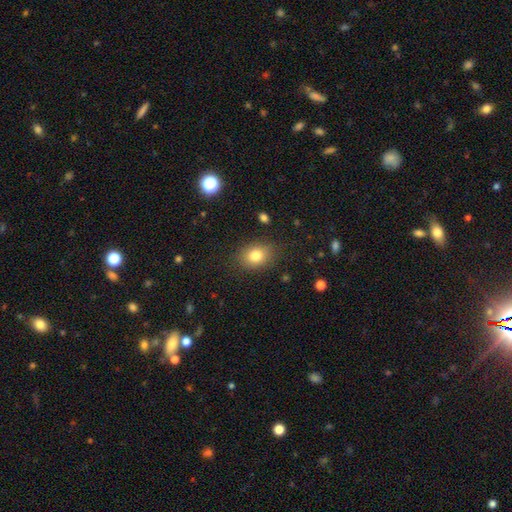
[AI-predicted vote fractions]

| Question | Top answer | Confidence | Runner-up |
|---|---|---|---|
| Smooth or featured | smooth | 81% | star or artifact (11%) |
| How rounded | in between | 57% | round (42%) |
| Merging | none | 84% | minor disturbance (11%) |